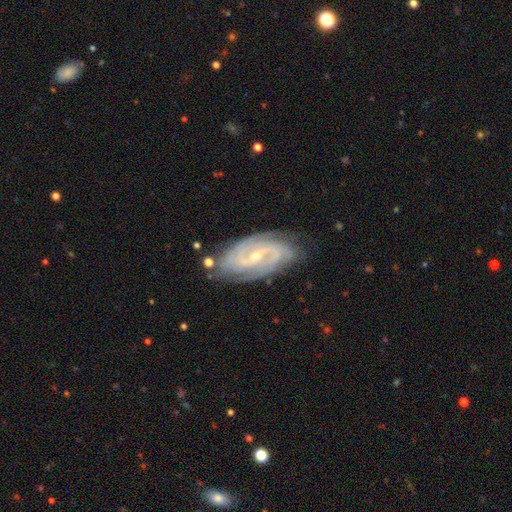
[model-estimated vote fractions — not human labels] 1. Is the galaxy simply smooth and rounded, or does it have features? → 87% featured or disk, 7% smooth, 6% star or artifact.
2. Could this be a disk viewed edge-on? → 95% no, 5% yes.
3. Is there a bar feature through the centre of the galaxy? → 45% weak, 32% no, 23% strong.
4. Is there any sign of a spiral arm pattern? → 97% yes, 3% no.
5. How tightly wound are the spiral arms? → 50% tight, 39% medium, 11% loose.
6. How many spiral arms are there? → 47% 2, 18% 3, 17% can't tell, 9% 4, 4% more than 4, 4% 1.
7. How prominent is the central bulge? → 73% small, 23% moderate, 2% none, 1% large, 1% dominant.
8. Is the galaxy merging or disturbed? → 76% none, 17% minor disturbance, 4% major disturbance, 2% merger.